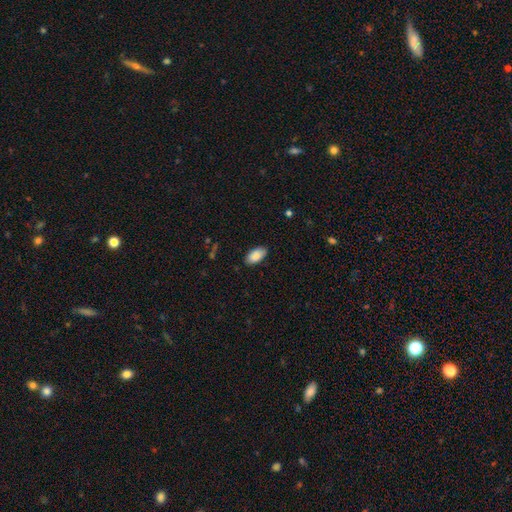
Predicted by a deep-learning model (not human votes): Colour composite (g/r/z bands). It shows a smooth galaxy with no disk features (89%) that is in between round and cigar-shaped (95%). Merging: none (86%).